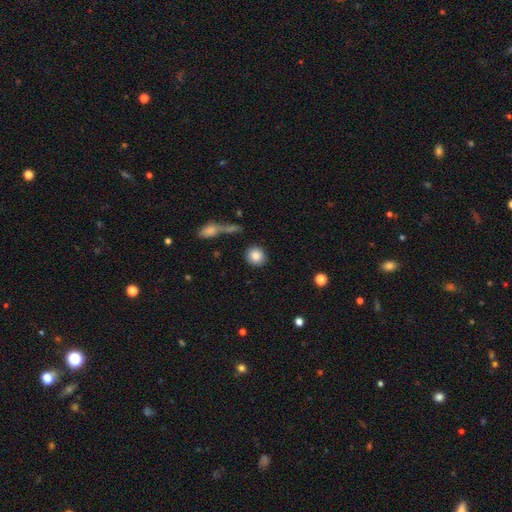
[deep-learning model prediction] This appears to be a smooth galaxy with no disk features (85%) that is round (87%). Merging: none (86%).